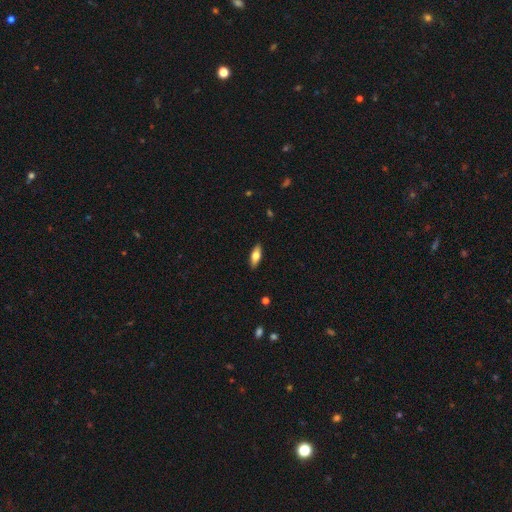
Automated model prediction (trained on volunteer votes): Smooth or featured? smooth (68%)
How rounded? in between (72%)
Merging? none (89%)